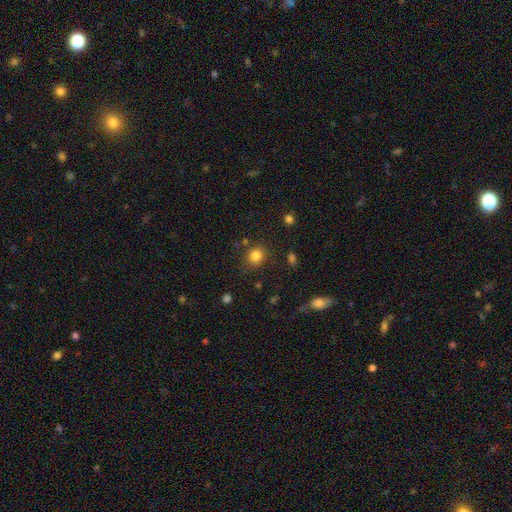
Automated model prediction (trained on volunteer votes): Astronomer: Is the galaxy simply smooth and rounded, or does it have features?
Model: smooth — 83%.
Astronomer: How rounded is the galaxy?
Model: round — 82%.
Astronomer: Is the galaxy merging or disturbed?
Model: none — 80%.